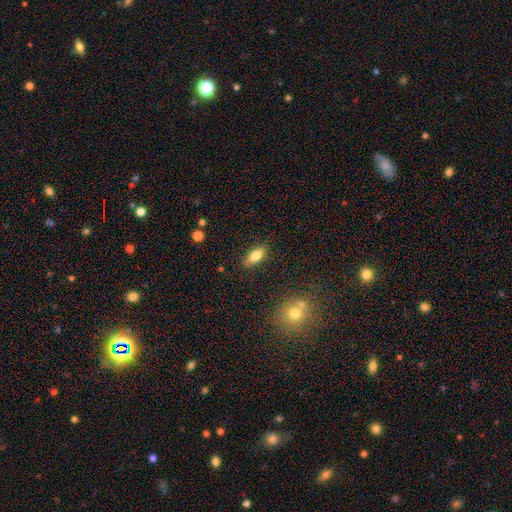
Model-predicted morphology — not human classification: smooth_or_featured: smooth (p=0.78) [alt: featured or disk p=0.14]
how_rounded: in between (p=0.80) [alt: cigar-shaped p=0.16]
merging: none (p=0.85) [alt: minor disturbance p=0.11]